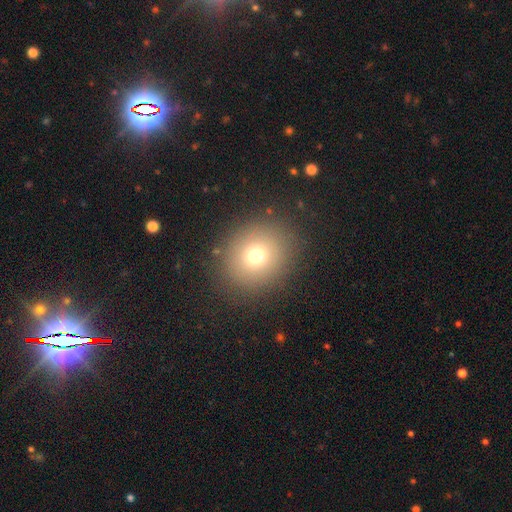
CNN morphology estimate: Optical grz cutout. It shows a smooth galaxy with no disk features (72%) that is round (71%). Merging: none (86%).